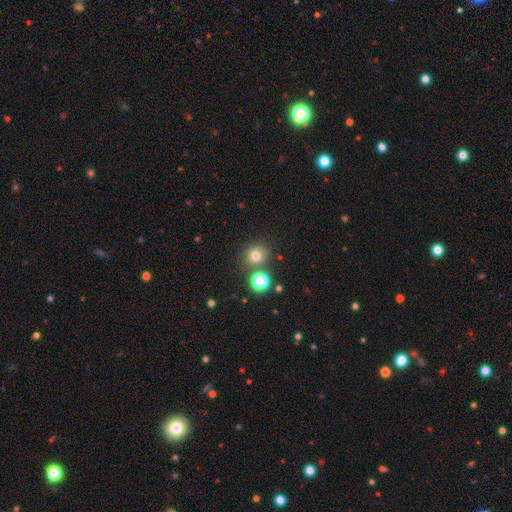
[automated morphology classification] smooth-or-featured: smooth: 74% | star or artifact: 19% | featured or disk: 8%
  how-rounded: round: 87% | in between: 12% | cigar-shaped: 1%
  merging: none: 77% | merger: 12% | minor disturbance: 8% | major disturbance: 3%